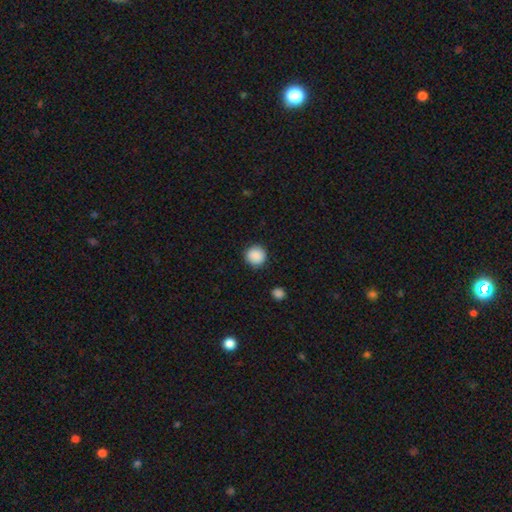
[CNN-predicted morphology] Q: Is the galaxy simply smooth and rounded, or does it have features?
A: smooth — 89%.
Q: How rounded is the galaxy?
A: round — 95%.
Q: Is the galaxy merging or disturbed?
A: none — 91%.